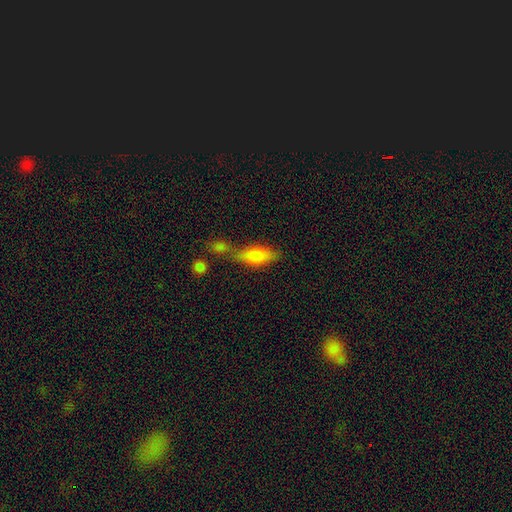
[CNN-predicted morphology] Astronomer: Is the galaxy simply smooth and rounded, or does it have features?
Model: smooth — 78%.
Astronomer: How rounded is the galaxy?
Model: in between — 75%.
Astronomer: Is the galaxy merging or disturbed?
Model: none — 42% (runner-up: merger, 34%).